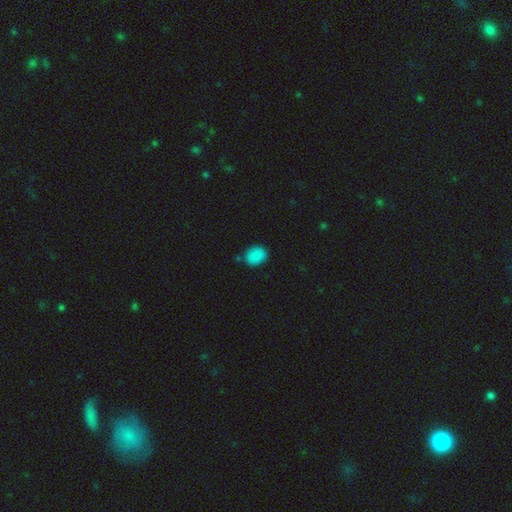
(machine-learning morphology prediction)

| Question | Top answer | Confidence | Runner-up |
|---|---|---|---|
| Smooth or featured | smooth | 87% | star or artifact (9%) |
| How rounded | round | 55% | in between (44%) |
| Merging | none | 81% | minor disturbance (12%) |